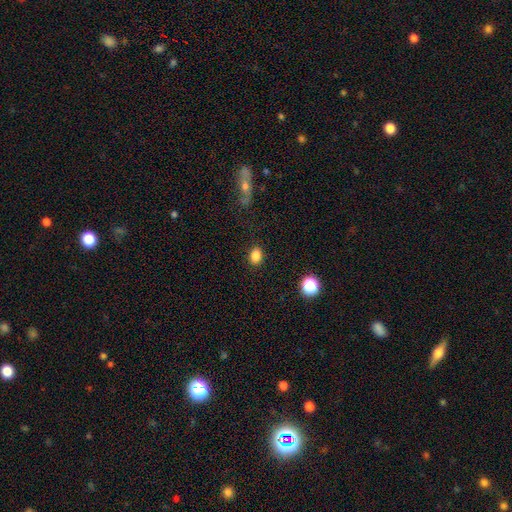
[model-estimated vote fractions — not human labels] Smooth or featured: smooth — 84% (star or artifact — 11%)
How rounded: in between — 64% (round — 35%)
Merging: none — 86% (minor disturbance — 9%)